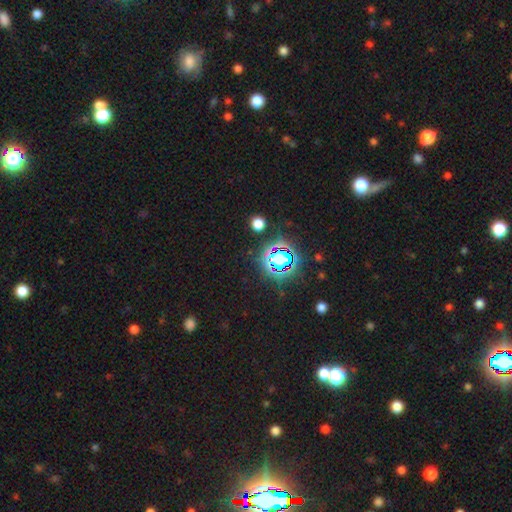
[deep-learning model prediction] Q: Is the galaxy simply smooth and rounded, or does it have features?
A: star or artifact — 81%.